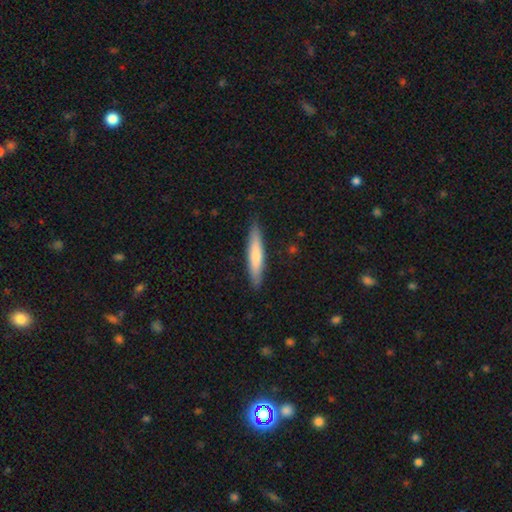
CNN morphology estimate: This appears to be a smooth galaxy with no disk features (69%) that is cigar-shaped (89%). Merging: none (88%).